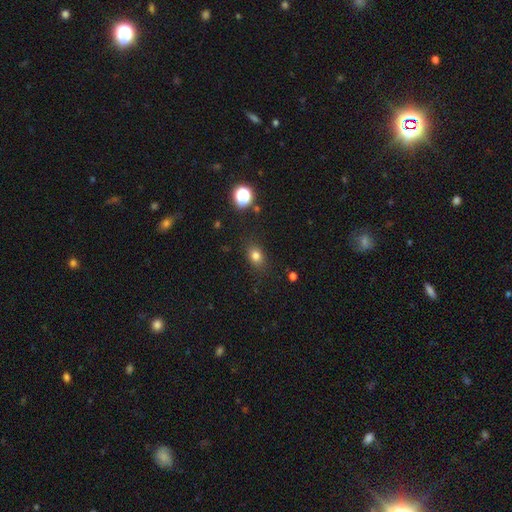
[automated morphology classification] A smooth galaxy with no disk features (79%) that is in between round and cigar-shaped (59%). Merging: none (84%).